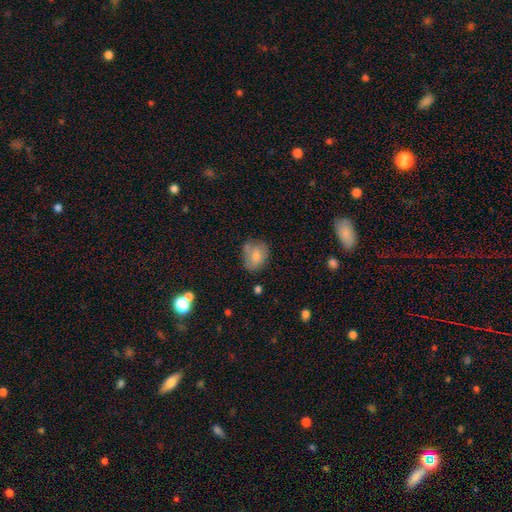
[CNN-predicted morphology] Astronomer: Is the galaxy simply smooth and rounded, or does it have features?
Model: smooth — 70%.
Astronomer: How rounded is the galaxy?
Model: in between — 55% (runner-up: round, 44%).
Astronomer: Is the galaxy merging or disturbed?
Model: none — 55%.